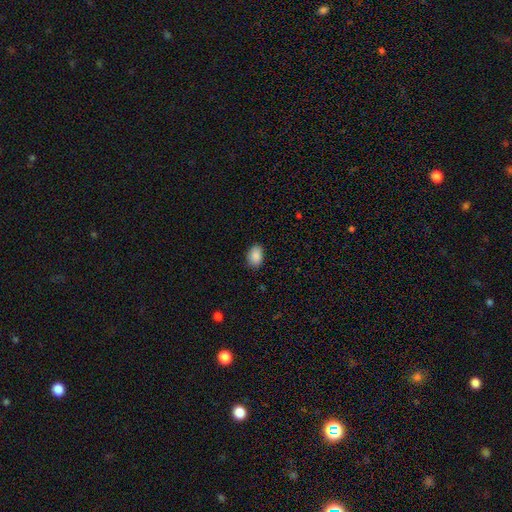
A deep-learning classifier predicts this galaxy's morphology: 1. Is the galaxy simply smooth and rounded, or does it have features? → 89% smooth, 8% star or artifact, 4% featured or disk.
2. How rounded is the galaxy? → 84% in between, 15% round, 1% cigar-shaped.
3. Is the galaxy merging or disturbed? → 84% none, 13% minor disturbance, 2% major disturbance, 1% merger.